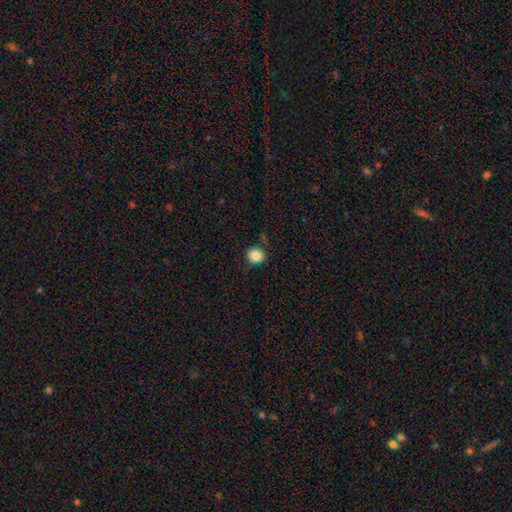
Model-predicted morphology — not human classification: This is clearly a smooth galaxy (85%). How rounded: likely round (77%). Merging: clearly none (80%).